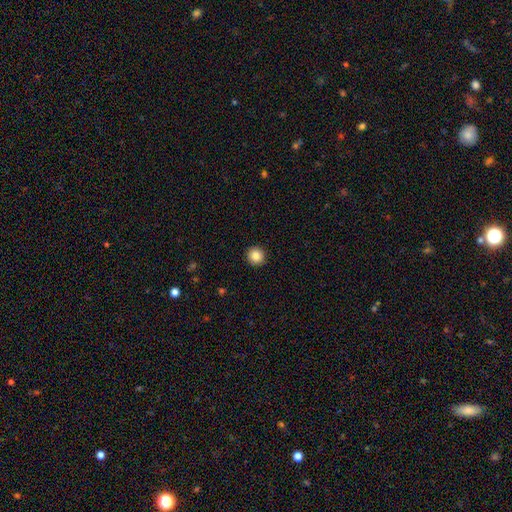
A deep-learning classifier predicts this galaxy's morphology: A smooth galaxy with no disk features (86%) that is round (94%).

Vote fractions:
- Smooth or featured? smooth: 86% / star or artifact: 9% / featured or disk: 5%
- How rounded? round: 94% / in between: 5% / cigar-shaped: 1%
- Merging? none: 93% / minor disturbance: 5% / major disturbance: 1% / merger: 1%